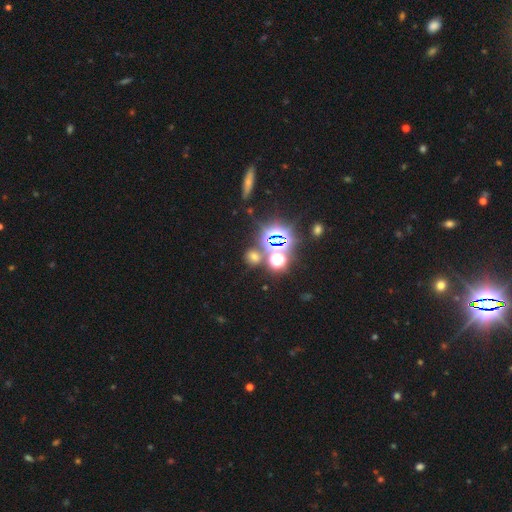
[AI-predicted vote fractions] Smooth or featured?
  - star or artifact: 68% *
  - smooth: 23%
  - featured or disk: 9%